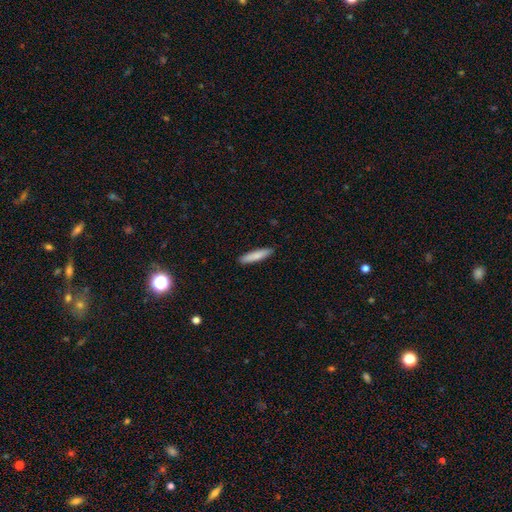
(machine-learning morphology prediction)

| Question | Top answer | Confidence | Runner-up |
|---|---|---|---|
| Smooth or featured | smooth | 82% | featured or disk (13%) |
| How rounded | cigar-shaped | 84% | in between (15%) |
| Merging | none | 90% | minor disturbance (7%) |